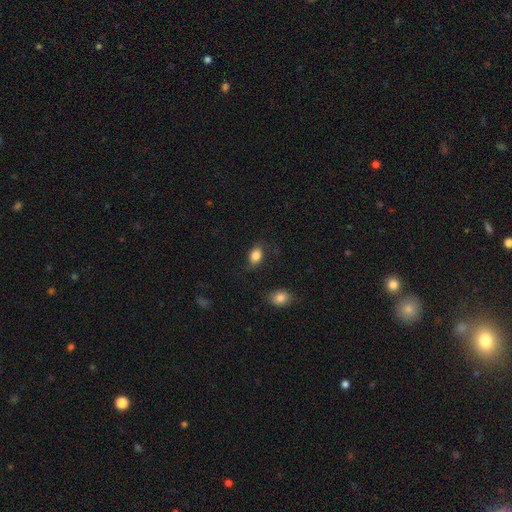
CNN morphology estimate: A smooth galaxy with no disk features (84%) that is in between round and cigar-shaped (80%). Merging: none (70%).